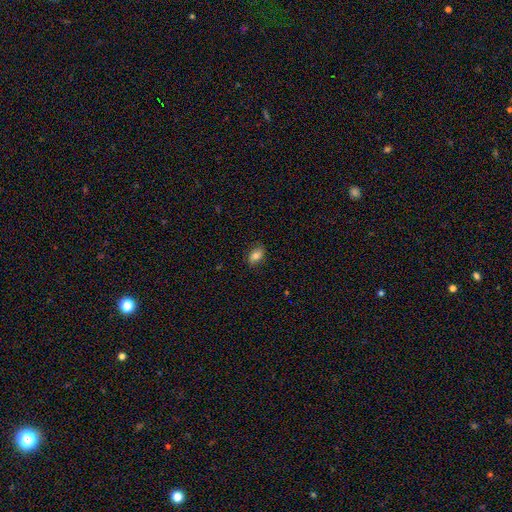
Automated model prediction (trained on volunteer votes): Smooth or featured: smooth — 78% (featured or disk — 13%)
How rounded: in between — 87% (round — 10%)
Merging: none — 81% (minor disturbance — 14%)